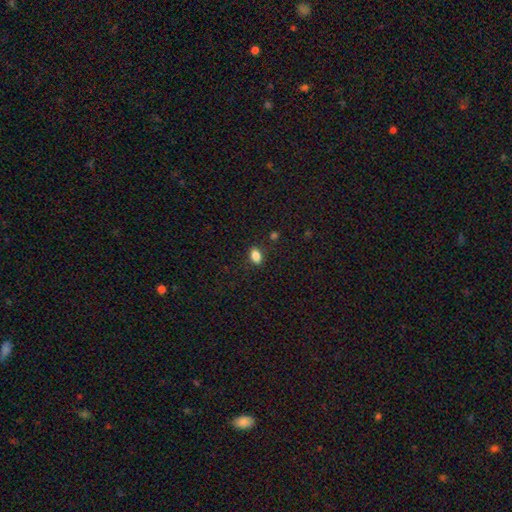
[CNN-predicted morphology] Smooth or featured?
  - smooth: 85% *
  - star or artifact: 10%
  - featured or disk: 5%
How rounded?
  - in between: 84% *
  - round: 13%
  - cigar-shaped: 2%
Merging?
  - none: 85% *
  - minor disturbance: 10%
  - major disturbance: 2%
  - merger: 2%